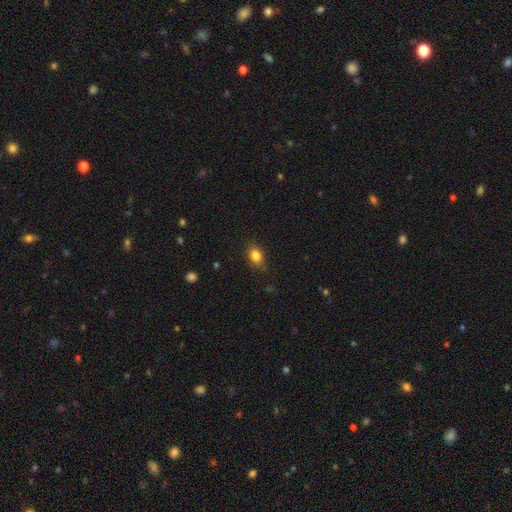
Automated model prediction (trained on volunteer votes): Smooth or featured: smooth — 84% (star or artifact — 10%)
How rounded: in between — 70% (round — 28%)
Merging: none — 82% (minor disturbance — 14%)